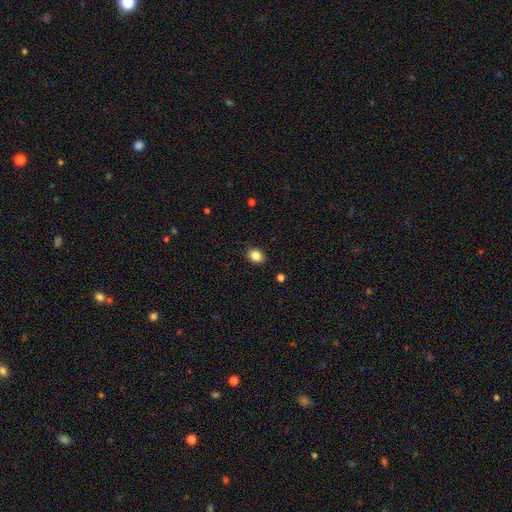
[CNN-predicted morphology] A smooth galaxy with no disk features (86%) that is in between round and cigar-shaped (56%). Merging: none (89%).